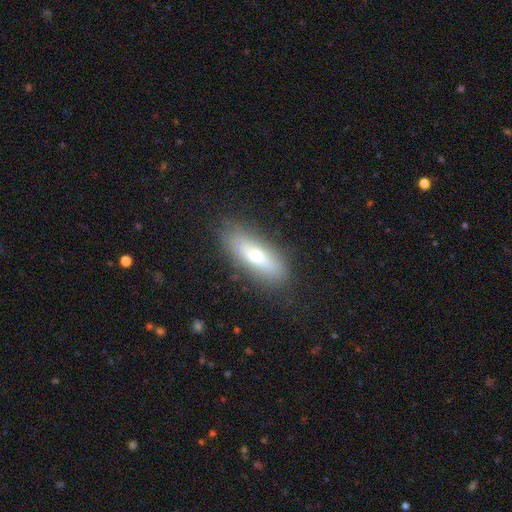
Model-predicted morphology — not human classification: smooth-or-featured: smooth: 58% | featured or disk: 34% | star or artifact: 8%
  how-rounded: in between: 57% | cigar-shaped: 40% | round: 3%
  merging: none: 83% | minor disturbance: 12% | major disturbance: 4% | merger: 1%